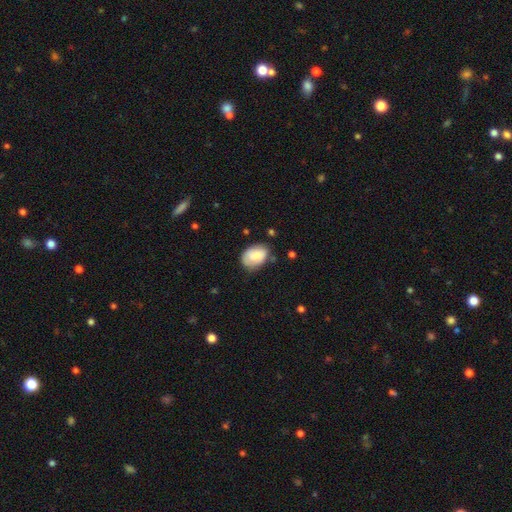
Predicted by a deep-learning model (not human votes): Q: Smooth or featured?
A: smooth (79%); runner-up: featured or disk (14%)
Q: How rounded?
A: in between (80%); runner-up: round (19%)
Q: Merging?
A: none (64%); runner-up: minor disturbance (27%)